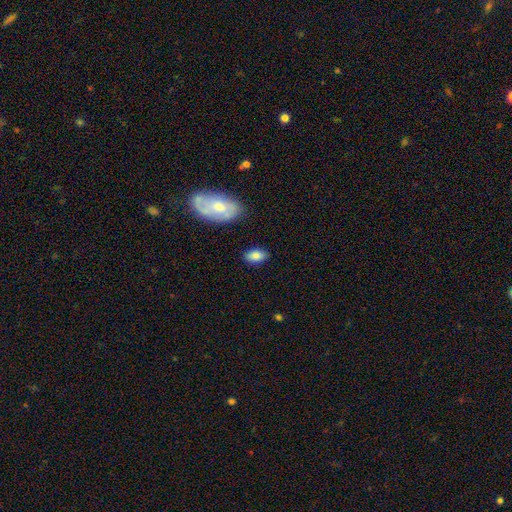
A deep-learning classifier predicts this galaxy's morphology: Q: Smooth or featured?
A: smooth (84%); runner-up: featured or disk (9%)
Q: How rounded?
A: in between (92%); runner-up: round (5%)
Q: Merging?
A: none (83%); runner-up: minor disturbance (12%)